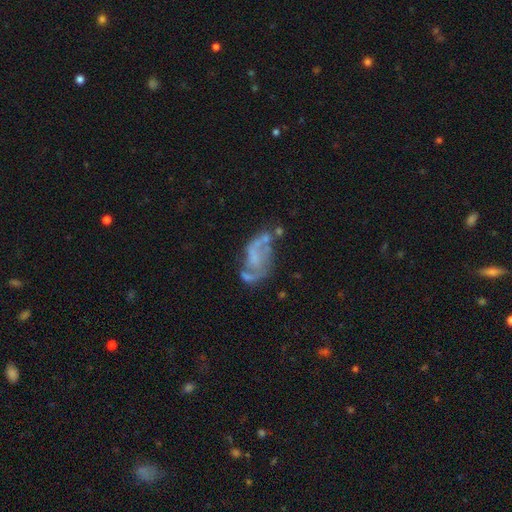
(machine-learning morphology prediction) Smooth or featured? Predicted: featured or disk (p=0.70). Edge-on disk? Predicted: no (p=0.97). Bar? Predicted: no (p=0.66). Spiral arms? Predicted: yes (p=0.60). Bulge size? Predicted: none (p=0.61). Merging? Predicted: none (p=0.35).